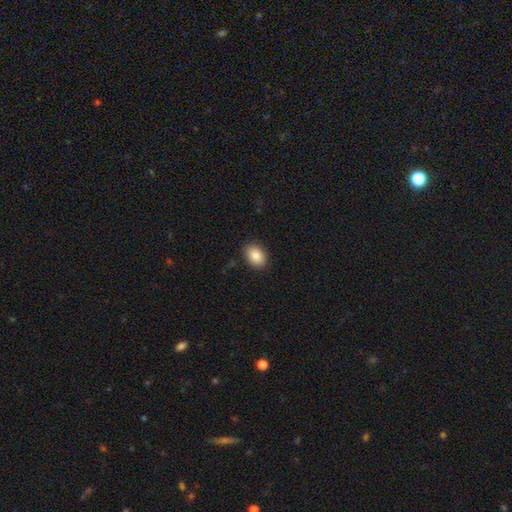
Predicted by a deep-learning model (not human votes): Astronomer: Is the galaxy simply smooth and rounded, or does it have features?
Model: smooth — 87%.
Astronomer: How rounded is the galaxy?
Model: in between — 80%.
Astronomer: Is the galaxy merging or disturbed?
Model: none — 88%.